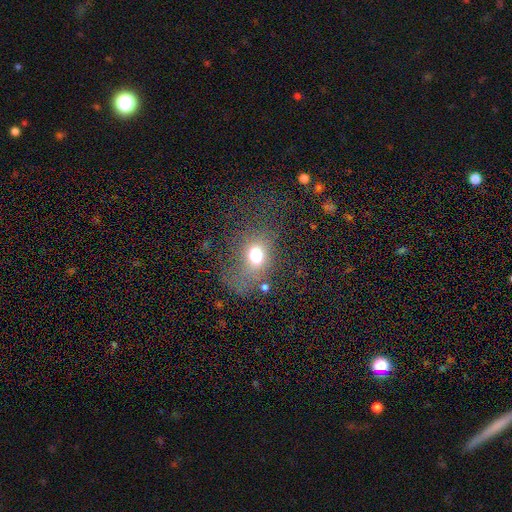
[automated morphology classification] Smooth or featured? Predicted: smooth (p=0.68). How rounded? Predicted: in between (p=0.53). Merging? Predicted: none (p=0.47).